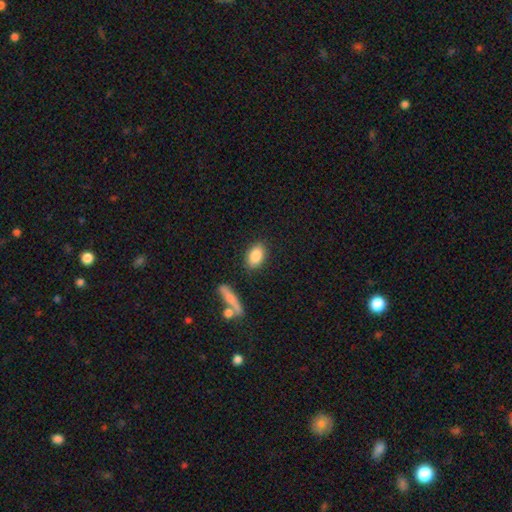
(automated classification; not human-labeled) Smooth or featured?
  - smooth: 85% *
  - featured or disk: 8%
  - star or artifact: 7%
How rounded?
  - in between: 85% *
  - round: 12%
  - cigar-shaped: 4%
Merging?
  - none: 84% *
  - minor disturbance: 10%
  - merger: 3%
  - major disturbance: 3%